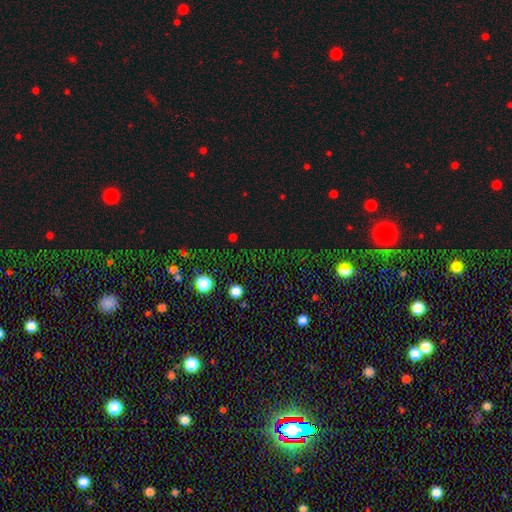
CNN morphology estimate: type=star or artifact (76%).